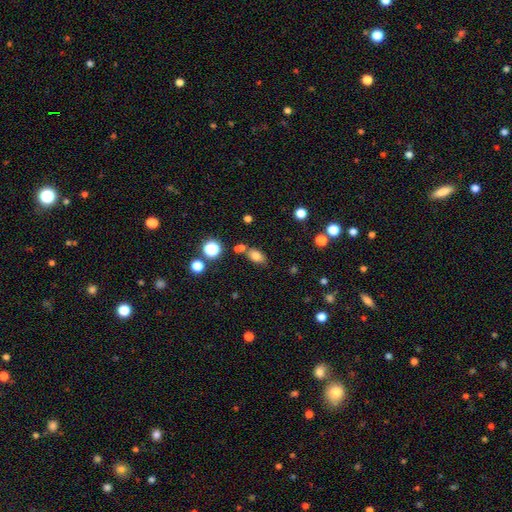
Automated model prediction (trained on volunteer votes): Q: Smooth or featured?
A: smooth (78%); runner-up: star or artifact (14%)
Q: How rounded?
A: in between (79%); runner-up: round (18%)
Q: Merging?
A: none (66%); runner-up: merger (17%)